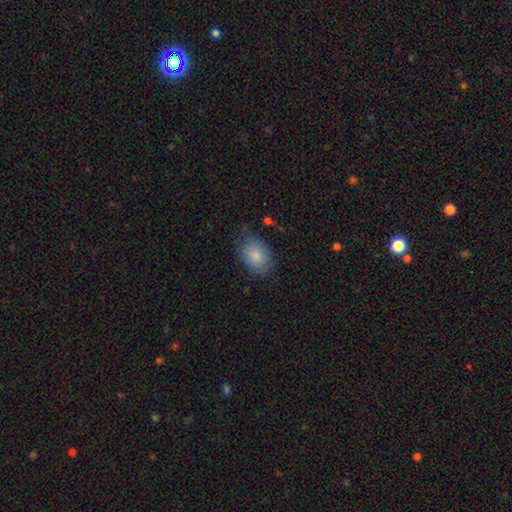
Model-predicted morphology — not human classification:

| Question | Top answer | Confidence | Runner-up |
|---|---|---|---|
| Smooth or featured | smooth | 83% | featured or disk (9%) |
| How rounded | in between | 82% | round (16%) |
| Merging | none | 71% | minor disturbance (22%) |